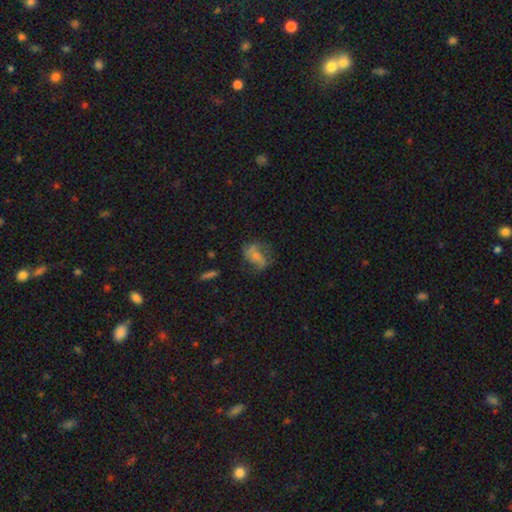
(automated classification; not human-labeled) A featured or disk galaxy (48%). Merging: none (49%).